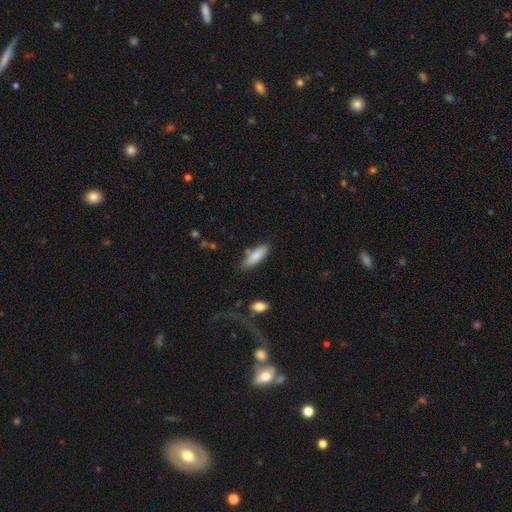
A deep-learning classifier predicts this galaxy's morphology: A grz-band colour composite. It shows a smooth galaxy with no disk features (83%) that is cigar-shaped (50%). Merging: none (78%).